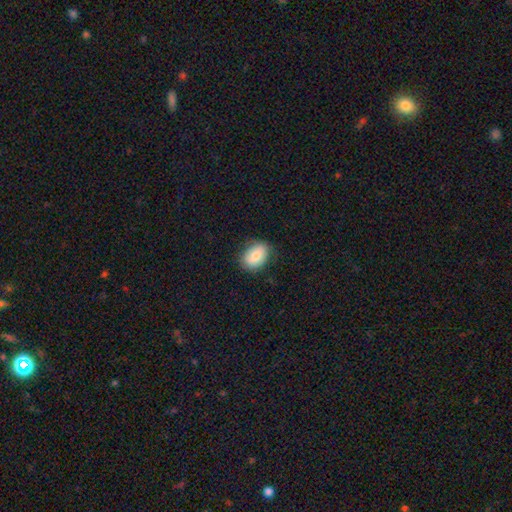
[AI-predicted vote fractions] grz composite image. It shows a smooth galaxy with no disk features (82%) that is in between round and cigar-shaped (81%). Merging: none (81%).